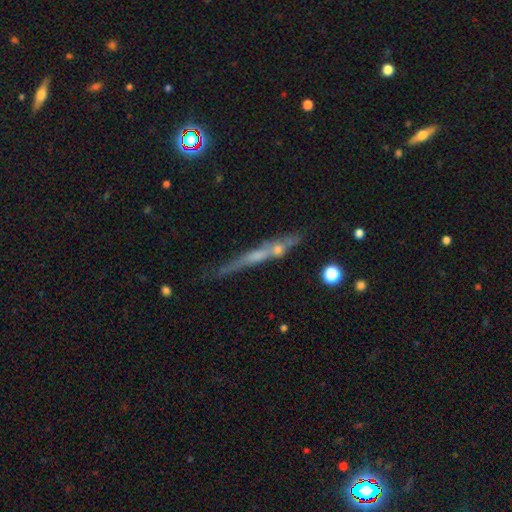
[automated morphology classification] type=featured or disk (58%); edge-on=yes (88%); edge-on bulge=none (51%); merging=none (60%).